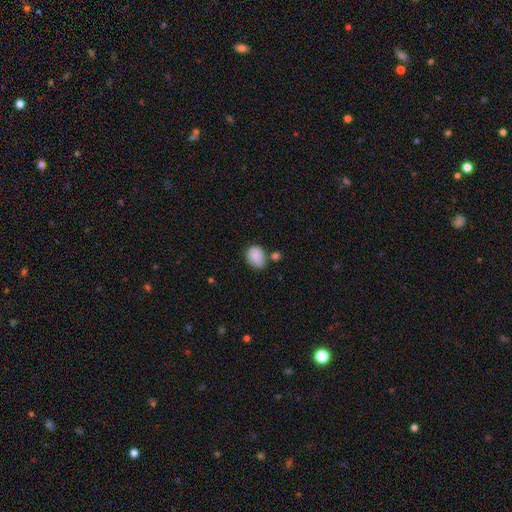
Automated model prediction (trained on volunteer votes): Q: Smooth or featured?
A: smooth (86%); runner-up: star or artifact (8%)
Q: How rounded?
A: in between (62%); runner-up: round (37%)
Q: Merging?
A: none (49%); runner-up: minor disturbance (28%)